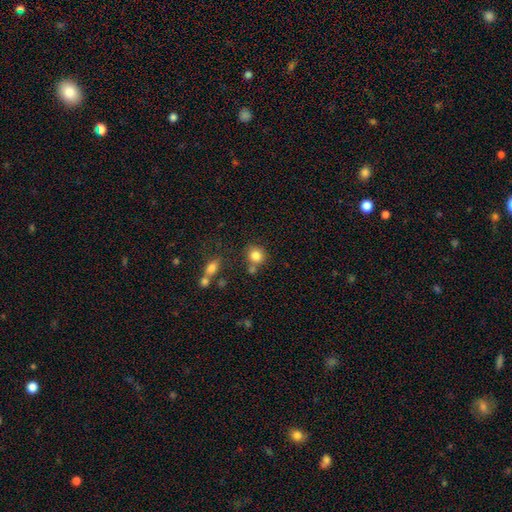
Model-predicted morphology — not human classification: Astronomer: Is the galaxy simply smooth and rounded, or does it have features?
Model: smooth — 83%.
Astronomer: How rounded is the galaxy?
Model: round — 81%.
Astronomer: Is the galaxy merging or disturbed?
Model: none — 65%.